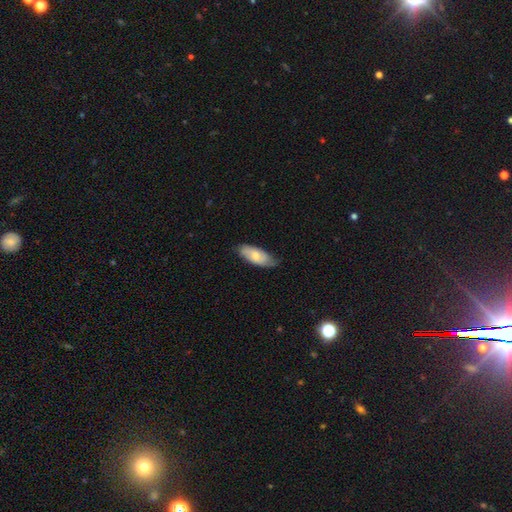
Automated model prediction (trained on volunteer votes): smooth-or-featured: smooth: 68% | featured or disk: 26% | star or artifact: 5%
  how-rounded: in between: 82% | cigar-shaped: 16% | round: 2%
  merging: none: 70% | minor disturbance: 26% | major disturbance: 4% | merger: 1%